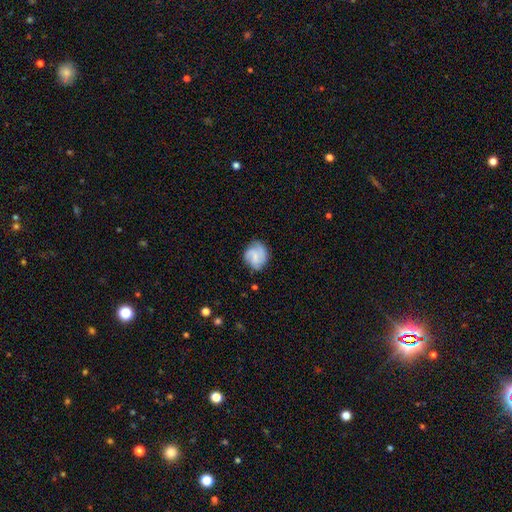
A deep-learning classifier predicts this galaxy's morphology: A featured or disk galaxy (57%) with no bar (51%), 3 (33%) medium (42%) spiral arms (91%) and a small central bulge (47%).

Vote fractions:
- Smooth or featured? featured or disk: 57% / smooth: 35% / star or artifact: 7%
- Edge-on disk? no: 98% / yes: 2%
- Bar? no: 51% / weak: 41% / strong: 8%
- Spiral arms? yes: 91% / no: 9%
- Spiral winding? medium: 42% / tight: 40% / loose: 19%
- Spiral arm count? 3: 33% / 2: 32% / can't tell: 19% / 1: 8% / 4: 4% / more than 4: 3%
- Bulge size? small: 47% / none: 29% / moderate: 20% / large: 2% / dominant: 1%
- Merging? none: 68% / minor disturbance: 22% / major disturbance: 8% / merger: 2%